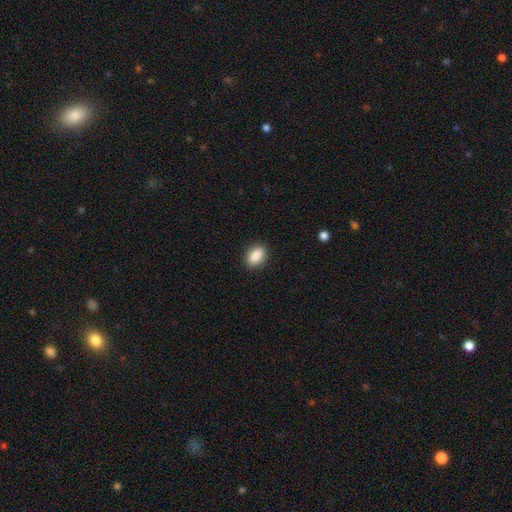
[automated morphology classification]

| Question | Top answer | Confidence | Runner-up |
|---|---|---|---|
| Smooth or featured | smooth | 89% | star or artifact (7%) |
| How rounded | in between | 84% | round (15%) |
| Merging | none | 89% | minor disturbance (8%) |